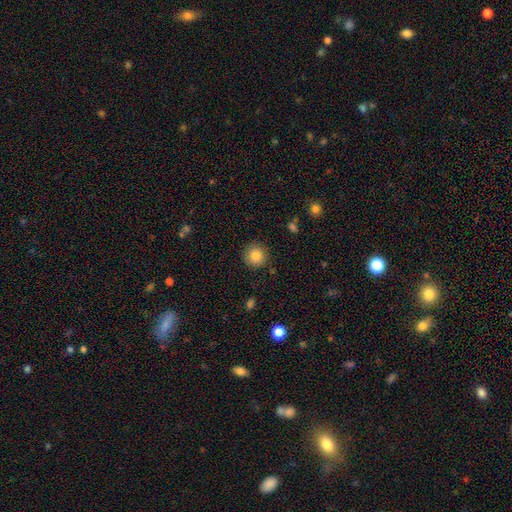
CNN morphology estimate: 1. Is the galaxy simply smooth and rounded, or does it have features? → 86% smooth, 9% star or artifact, 5% featured or disk.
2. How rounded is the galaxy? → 93% round, 6% in between, 1% cigar-shaped.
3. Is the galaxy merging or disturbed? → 88% none, 8% minor disturbance, 3% major disturbance, 1% merger.